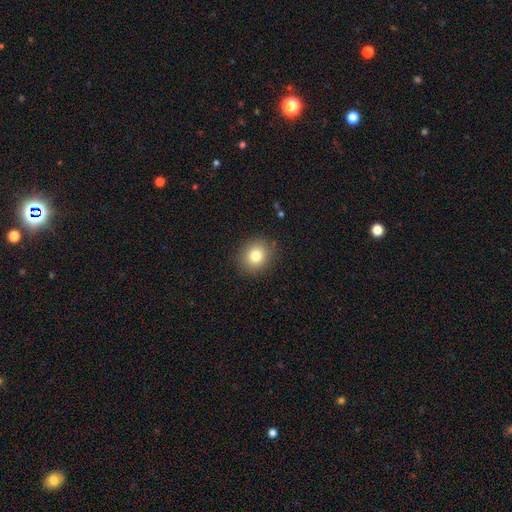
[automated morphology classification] smooth-or-featured: smooth: 80% | star or artifact: 11% | featured or disk: 9%
  how-rounded: round: 78% | in between: 21% | cigar-shaped: 1%
  merging: none: 89% | minor disturbance: 8% | major disturbance: 2% | merger: 1%